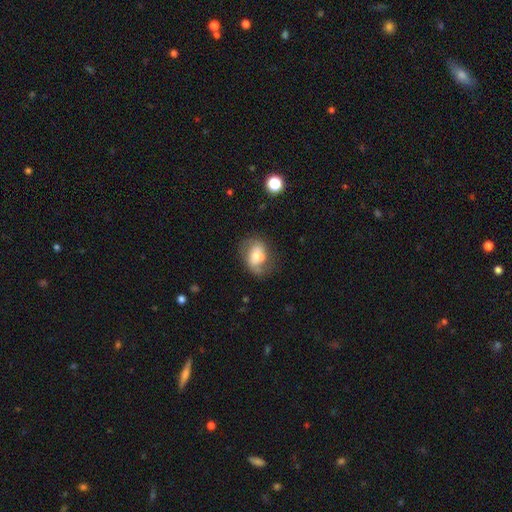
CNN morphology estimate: smooth 47%, featured or disk 44%, star or artifact 9%. Down the decision tree: merging — none (39%).